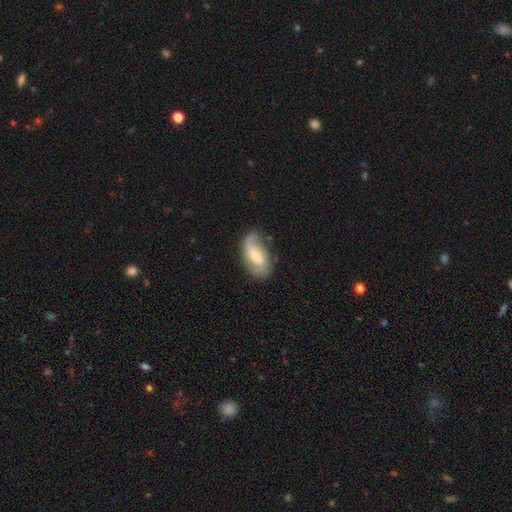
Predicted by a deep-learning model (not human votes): Morphology: type=featured or disk (74%); edge-on=no (96%); bar=weak (49%); spiral arms=yes (92%); winding=loose (54%); arm count=2 (72%); bulge=moderate (47%); merging=none (61%).